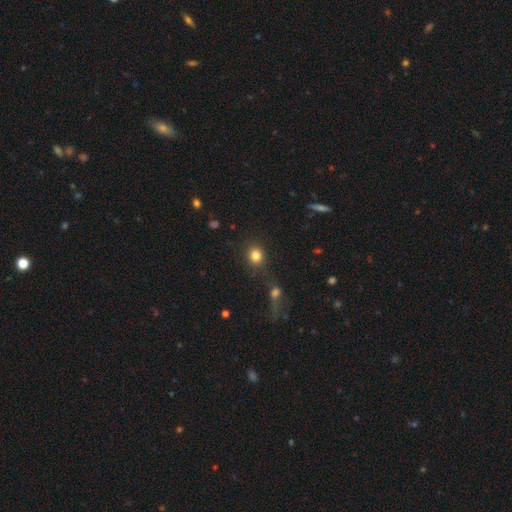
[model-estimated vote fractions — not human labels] Smooth or featured? Predicted: smooth (p=0.82). How rounded? Predicted: round (p=0.83). Merging? Predicted: none (p=0.76).